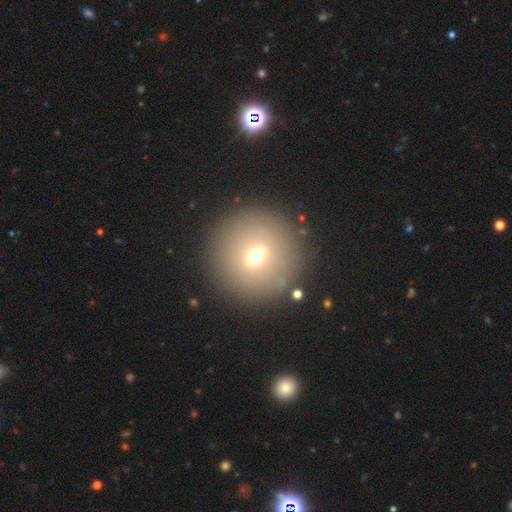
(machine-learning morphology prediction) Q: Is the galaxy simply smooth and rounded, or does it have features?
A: smooth — 56%.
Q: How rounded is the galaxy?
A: round — 93%.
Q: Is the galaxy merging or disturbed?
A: none — 87%.